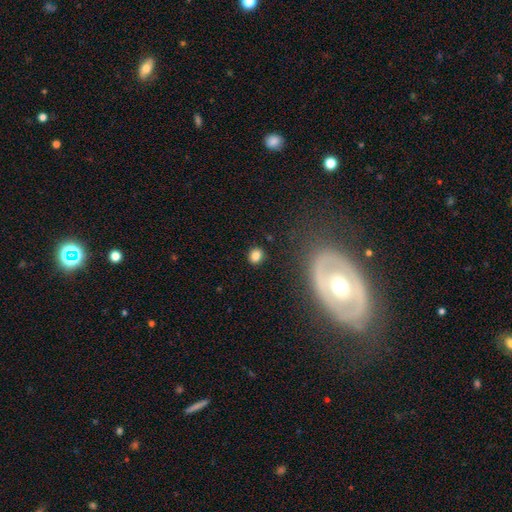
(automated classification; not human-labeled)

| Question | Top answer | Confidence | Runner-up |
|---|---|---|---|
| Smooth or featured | smooth | 82% | star or artifact (12%) |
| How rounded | round | 72% | in between (26%) |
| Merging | none | 89% | minor disturbance (7%) |